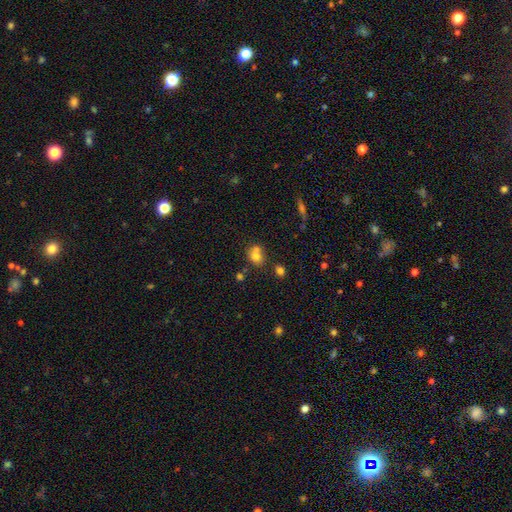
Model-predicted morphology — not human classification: smooth 73%, star or artifact 14%, featured or disk 14%. Down the decision tree: how rounded — round (64%); merging — merger (45%).